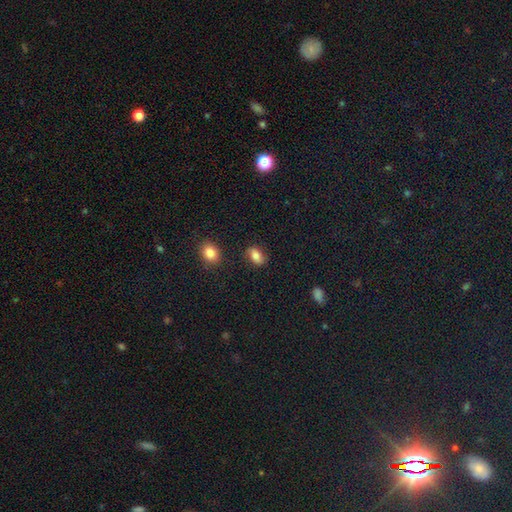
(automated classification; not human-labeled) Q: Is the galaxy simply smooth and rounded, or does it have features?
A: smooth — 80%.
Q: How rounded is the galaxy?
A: in between — 84%.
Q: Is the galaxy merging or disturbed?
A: none — 80%.